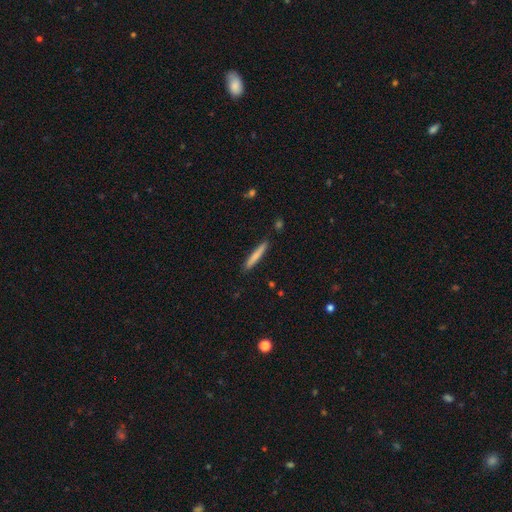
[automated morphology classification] smooth 75%, featured or disk 19%, star or artifact 6%. Down the decision tree: how rounded — cigar-shaped (95%); merging — none (89%).